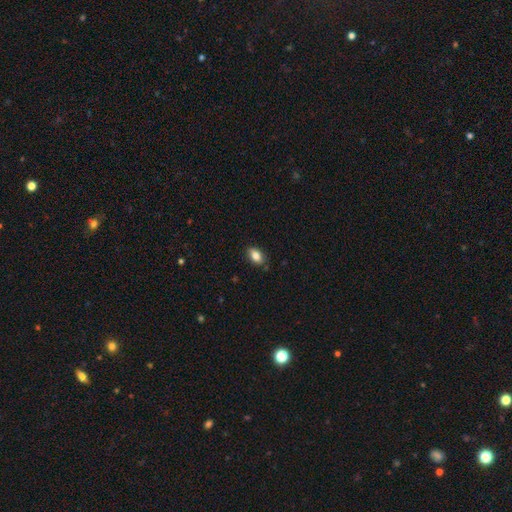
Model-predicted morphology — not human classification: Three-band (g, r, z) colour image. It shows a smooth galaxy with no disk features (83%) that is in between round and cigar-shaped (89%). Merging: none (84%).